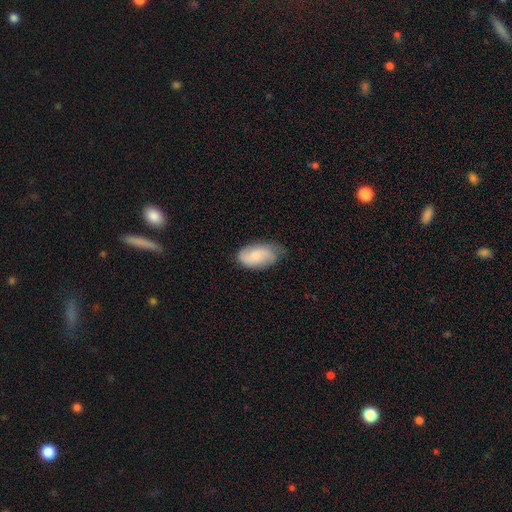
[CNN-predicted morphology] smooth_or_featured: smooth (p=0.62) [alt: featured or disk p=0.31]
how_rounded: in between (p=0.92) [alt: round p=0.05]
merging: none (p=0.63) [alt: minor disturbance p=0.29]